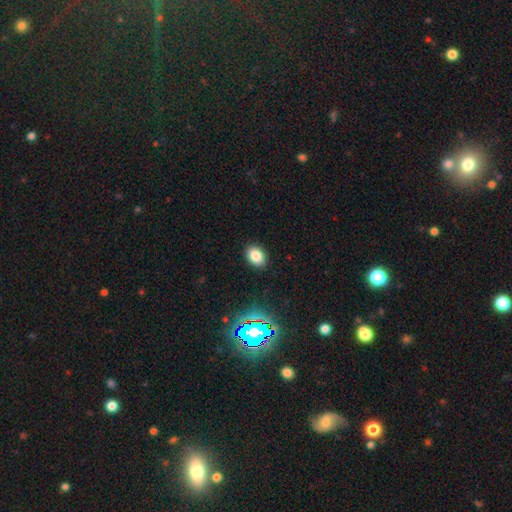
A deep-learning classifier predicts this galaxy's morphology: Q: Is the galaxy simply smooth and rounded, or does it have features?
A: smooth — 82%.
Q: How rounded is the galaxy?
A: in between — 73%.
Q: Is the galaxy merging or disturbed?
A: none — 89%.